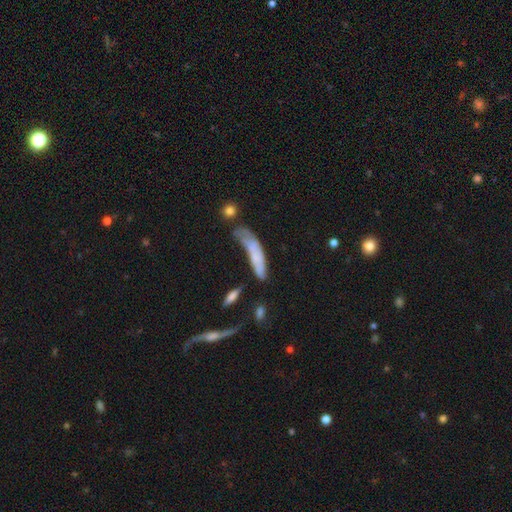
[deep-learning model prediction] Smooth or featured? smooth (56%)
How rounded? cigar-shaped (70%)
Merging? major disturbance (32%)